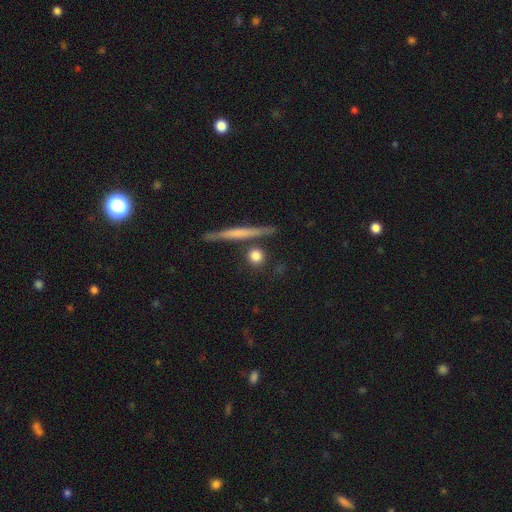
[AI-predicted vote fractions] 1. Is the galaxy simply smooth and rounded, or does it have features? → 75% smooth, 16% featured or disk, 9% star or artifact.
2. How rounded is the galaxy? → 82% round, 11% cigar-shaped, 7% in between.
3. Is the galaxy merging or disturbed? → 79% none, 9% minor disturbance, 8% merger, 3% major disturbance.